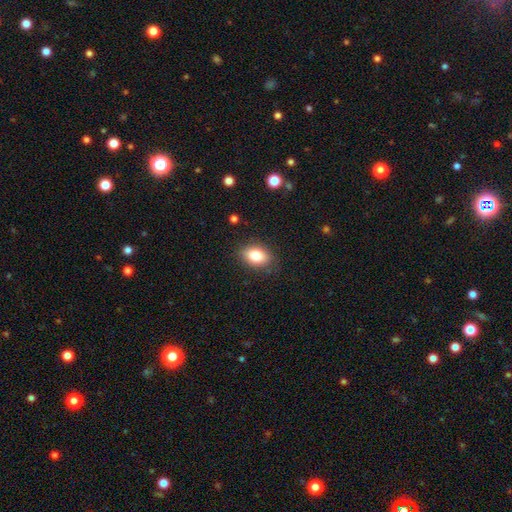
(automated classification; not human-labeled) Q: Smooth or featured?
A: smooth (81%); runner-up: featured or disk (10%)
Q: How rounded?
A: in between (83%); runner-up: round (15%)
Q: Merging?
A: none (85%); runner-up: minor disturbance (11%)